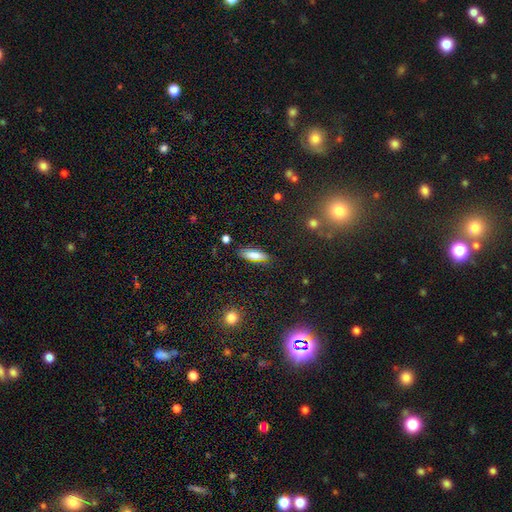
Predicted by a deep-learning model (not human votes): Smooth or featured? Predicted: smooth (p=0.73). How rounded? Predicted: in between (p=0.59). Merging? Predicted: none (p=0.85).